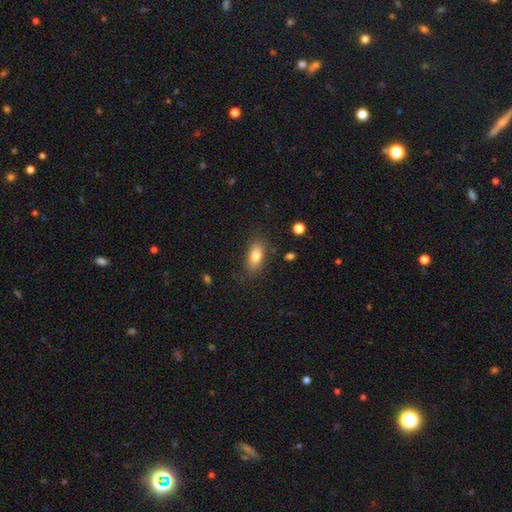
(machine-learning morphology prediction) A smooth galaxy with no disk features (79%) that is in between round and cigar-shaped (84%).

Vote fractions:
- Smooth or featured? smooth: 79% / featured or disk: 13% / star or artifact: 8%
- How rounded? in between: 84% / cigar-shaped: 11% / round: 5%
- Merging? none: 79% / minor disturbance: 15% / major disturbance: 4% / merger: 2%